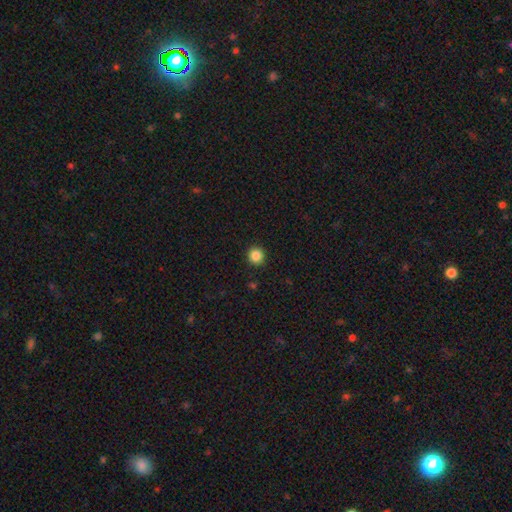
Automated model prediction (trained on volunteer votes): smooth-or-featured: smooth: 86% | star or artifact: 11% | featured or disk: 3%
  how-rounded: round: 95% | in between: 4% | cigar-shaped: 1%
  merging: none: 93% | minor disturbance: 5% | major disturbance: 2% | merger: 1%